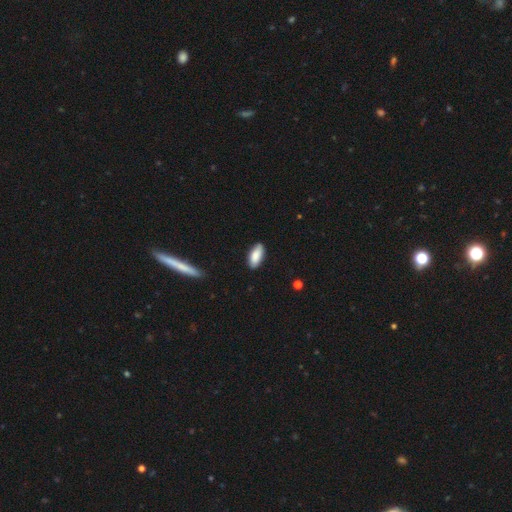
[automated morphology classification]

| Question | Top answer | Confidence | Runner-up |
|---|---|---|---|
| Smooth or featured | smooth | 86% | featured or disk (8%) |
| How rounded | in between | 89% | cigar-shaped (9%) |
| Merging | none | 84% | minor disturbance (13%) |